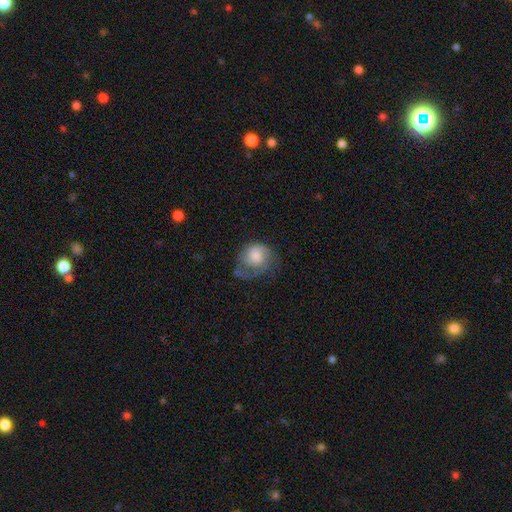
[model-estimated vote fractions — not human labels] Smooth or featured: smooth — 53% (featured or disk — 40%)
How rounded: round — 65% (in between — 34%)
Merging: major disturbance — 38% (none — 30%)